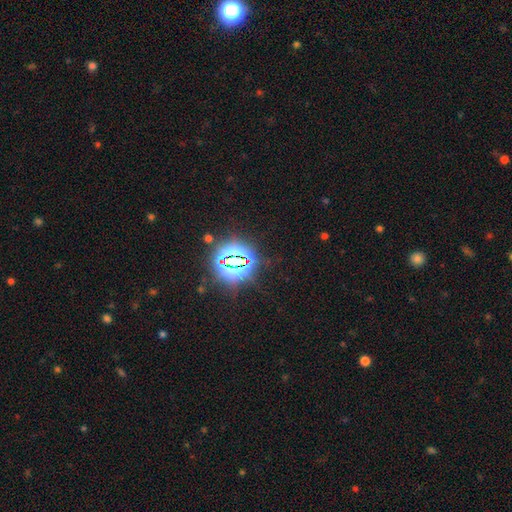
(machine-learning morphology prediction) This appears to be a star or artifact, not a galaxy (85%).